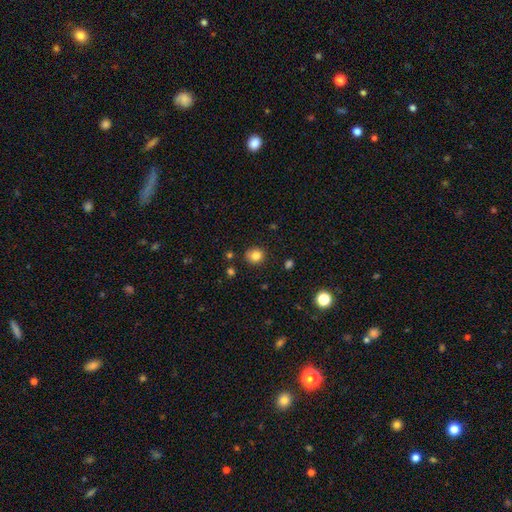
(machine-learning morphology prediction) This appears to be a smooth galaxy with no disk features (83%) that is round (84%). Merging: none (83%).